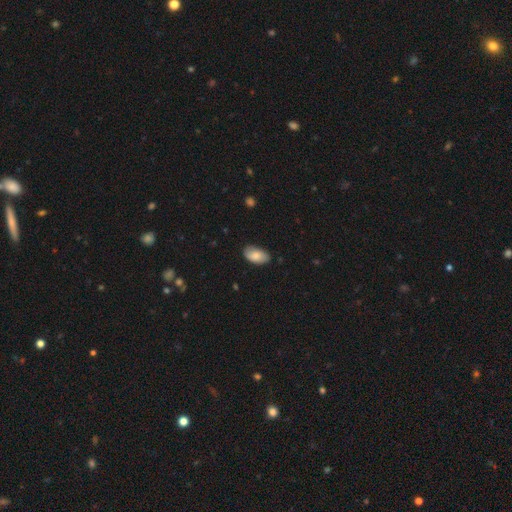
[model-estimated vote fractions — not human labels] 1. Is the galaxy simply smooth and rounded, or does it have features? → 82% smooth, 12% featured or disk, 6% star or artifact.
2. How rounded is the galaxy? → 95% in between, 3% round, 2% cigar-shaped.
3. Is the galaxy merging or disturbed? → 78% none, 18% minor disturbance, 3% major disturbance, 1% merger.